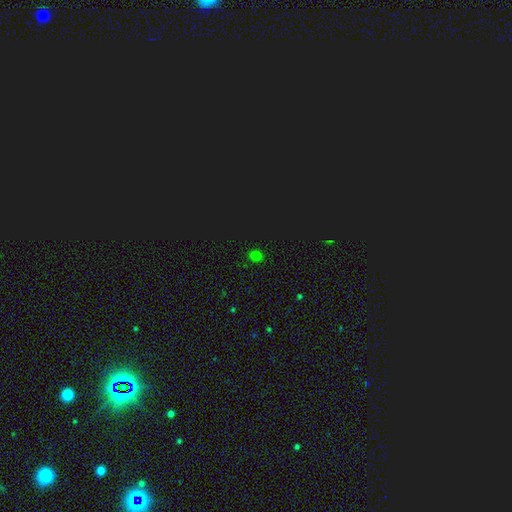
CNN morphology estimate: Q: Smooth or featured?
A: smooth (69%); runner-up: star or artifact (26%)
Q: How rounded?
A: round (76%); runner-up: in between (23%)
Q: Merging?
A: none (90%); runner-up: minor disturbance (7%)